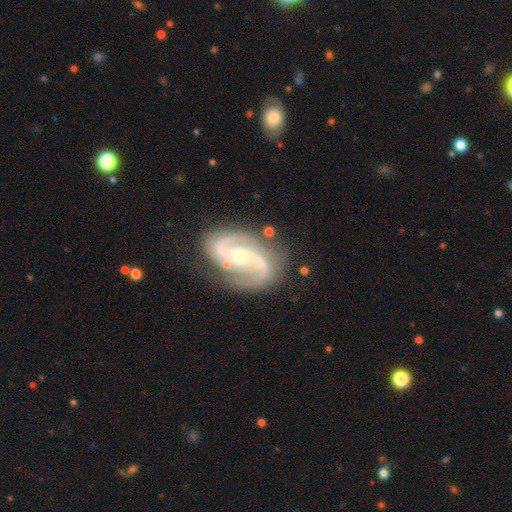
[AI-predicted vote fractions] Smooth or featured: featured or disk — 91% (star or artifact — 5%)
Edge-on disk: no — 97% (yes — 3%)
Bar: no — 50% (weak — 34%)
Spiral arms: yes — 98% (no — 2%)
Spiral winding: medium — 56% (tight — 26%)
Spiral arm count: 2 — 90% (3 — 4%)
Bulge size: small — 50% (moderate — 46%)
Merging: none — 76% (minor disturbance — 16%)